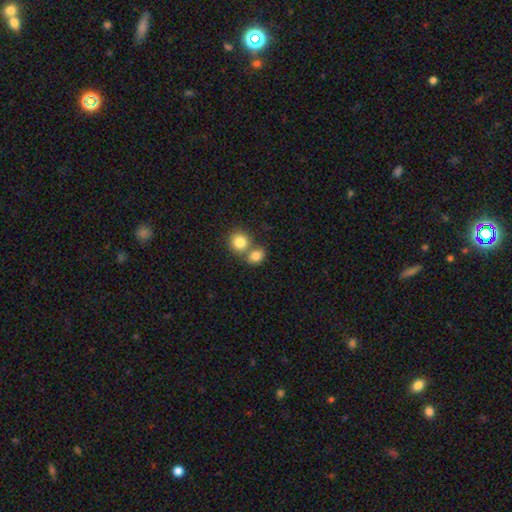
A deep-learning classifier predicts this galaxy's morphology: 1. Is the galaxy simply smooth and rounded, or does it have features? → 82% smooth, 10% star or artifact, 8% featured or disk.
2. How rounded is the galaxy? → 65% round, 34% in between, 1% cigar-shaped.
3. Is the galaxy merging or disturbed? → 47% merger, 42% none, 7% minor disturbance, 3% major disturbance.